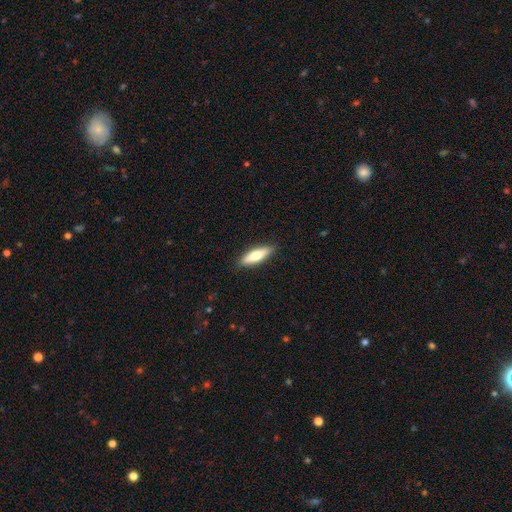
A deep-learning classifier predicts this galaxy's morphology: This is likely a smooth galaxy (67%). How rounded: possibly cigar-shaped (60%). Merging: clearly none (89%).